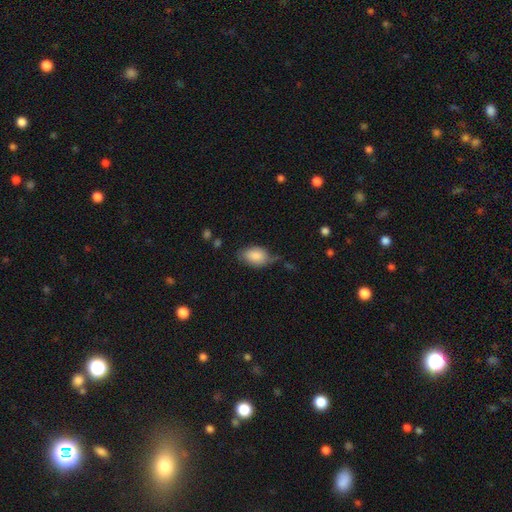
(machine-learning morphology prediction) Smooth or featured? Predicted: smooth (p=0.81). How rounded? Predicted: in between (p=0.89). Merging? Predicted: none (p=0.49).